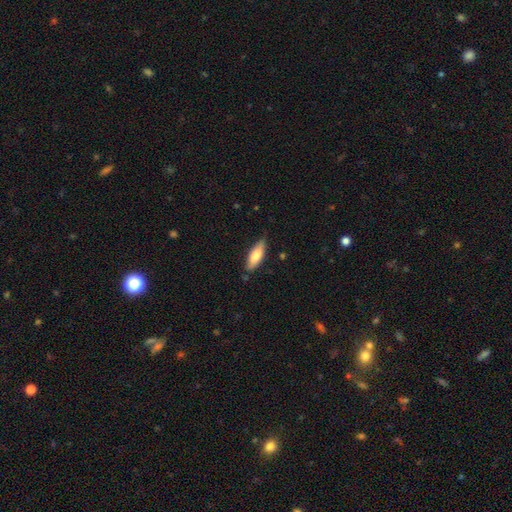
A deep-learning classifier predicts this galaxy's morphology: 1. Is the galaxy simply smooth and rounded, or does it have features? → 73% smooth, 21% featured or disk, 6% star or artifact.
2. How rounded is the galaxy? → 63% in between, 35% cigar-shaped, 2% round.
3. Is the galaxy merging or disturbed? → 75% none, 20% minor disturbance, 3% major disturbance, 2% merger.